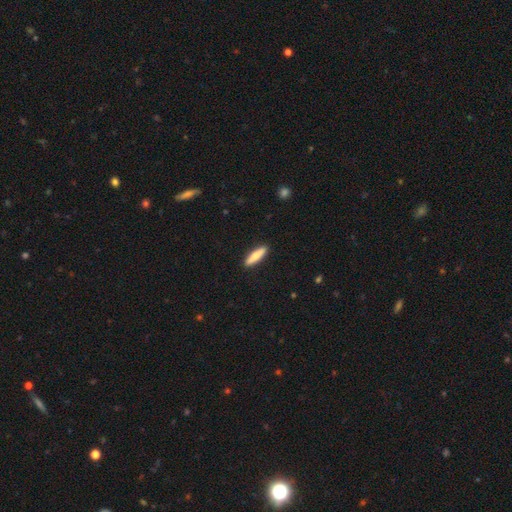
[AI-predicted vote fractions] Q: Smooth or featured?
A: smooth (74%); runner-up: featured or disk (20%)
Q: How rounded?
A: cigar-shaped (82%); runner-up: in between (17%)
Q: Merging?
A: none (91%); runner-up: minor disturbance (6%)